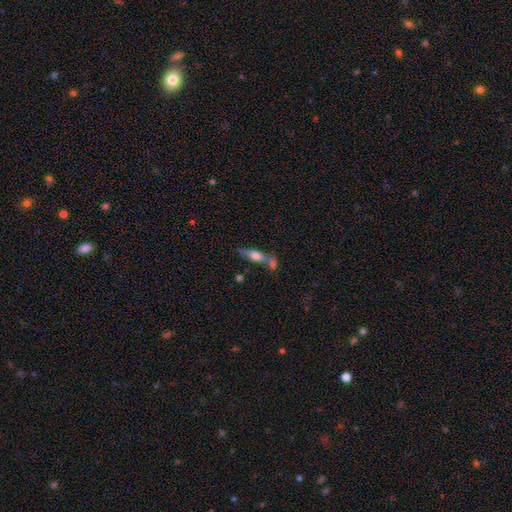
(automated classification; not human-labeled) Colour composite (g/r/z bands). It shows a smooth galaxy with no disk features (55%) that is in between round and cigar-shaped (49%). Merging: none (42%).